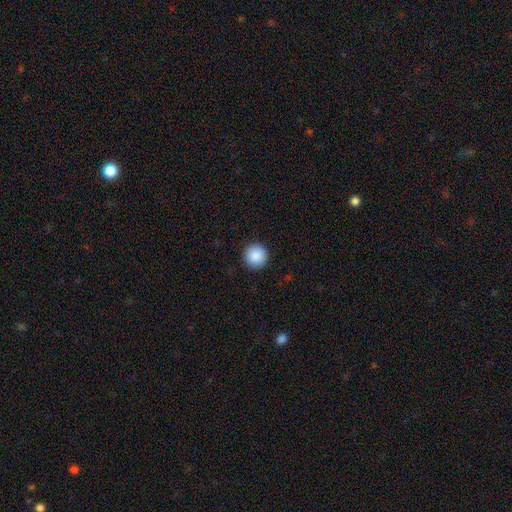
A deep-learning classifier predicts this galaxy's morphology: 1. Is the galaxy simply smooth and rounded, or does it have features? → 88% smooth, 8% star or artifact, 4% featured or disk.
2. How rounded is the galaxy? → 95% round, 4% in between, 1% cigar-shaped.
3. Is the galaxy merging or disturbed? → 92% none, 5% minor disturbance, 2% major disturbance, 1% merger.